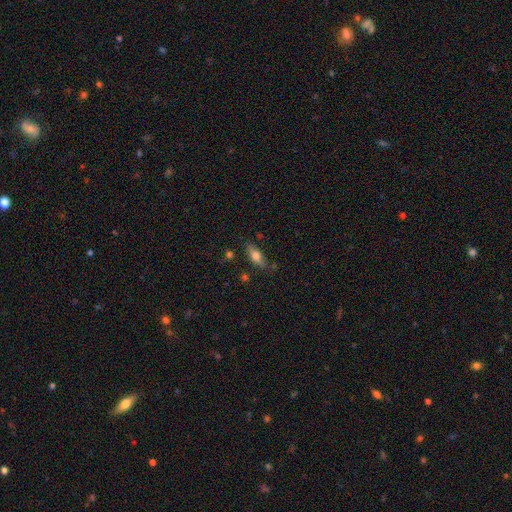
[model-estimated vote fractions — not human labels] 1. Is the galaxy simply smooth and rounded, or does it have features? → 67% smooth, 25% featured or disk, 8% star or artifact.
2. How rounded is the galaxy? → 67% in between, 29% cigar-shaped, 4% round.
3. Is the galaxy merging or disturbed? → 75% none, 17% minor disturbance, 4% major disturbance, 4% merger.